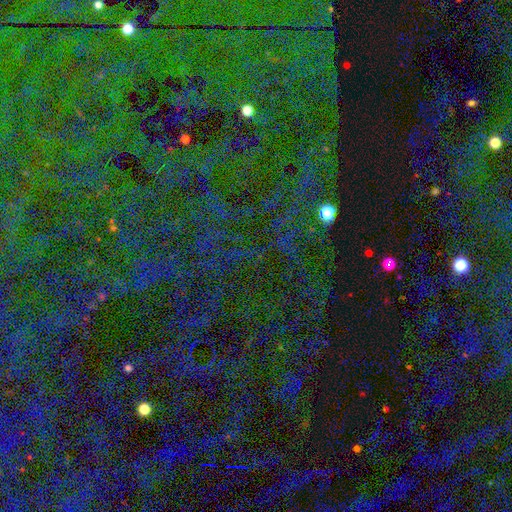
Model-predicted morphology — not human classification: type=star or artifact (82%).